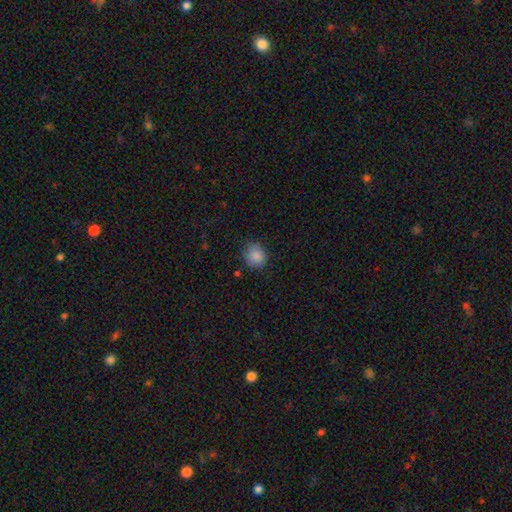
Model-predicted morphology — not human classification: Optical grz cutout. It shows a smooth galaxy with no disk features (86%) that is round (75%). Merging: none (80%).